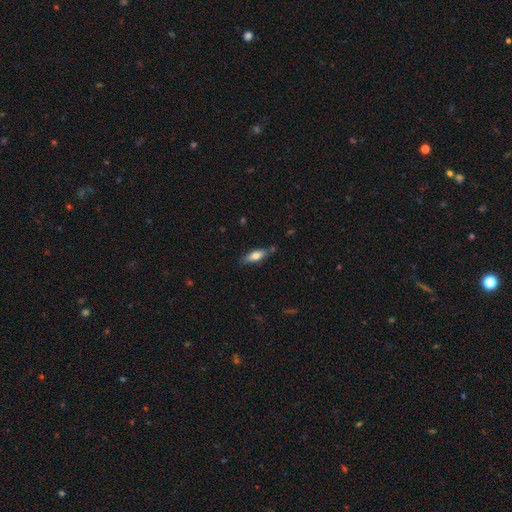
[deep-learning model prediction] smooth 68%, featured or disk 26%, star or artifact 6%. Down the decision tree: how rounded — in between (60%); merging — none (77%).